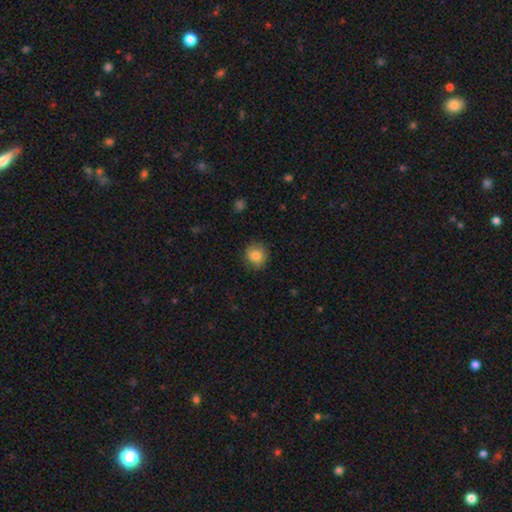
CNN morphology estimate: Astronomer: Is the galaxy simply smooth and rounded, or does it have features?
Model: smooth — 81%.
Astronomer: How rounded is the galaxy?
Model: round — 86%.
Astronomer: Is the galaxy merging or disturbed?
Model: none — 83%.